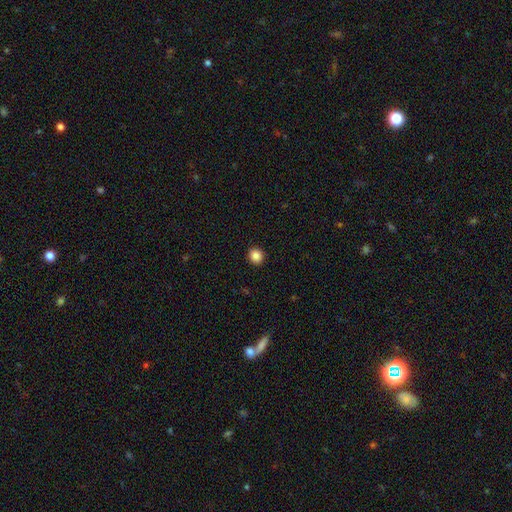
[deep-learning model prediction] Smooth or featured?
  - smooth: 86% *
  - star or artifact: 10%
  - featured or disk: 4%
How rounded?
  - round: 84% *
  - in between: 15%
  - cigar-shaped: 1%
Merging?
  - none: 93% *
  - minor disturbance: 5%
  - major disturbance: 2%
  - merger: 1%